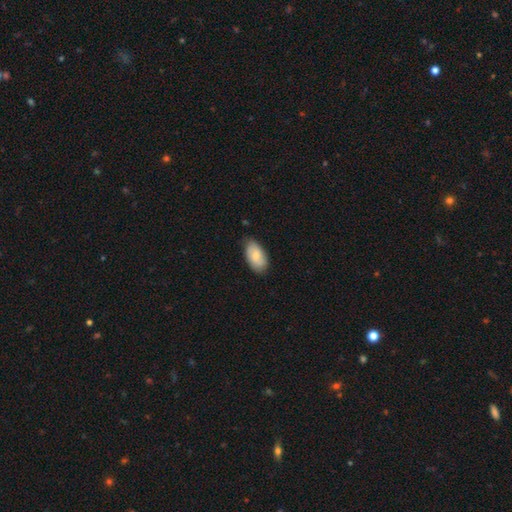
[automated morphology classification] Smooth or featured? Predicted: smooth (p=0.76). How rounded? Predicted: in between (p=0.94). Merging? Predicted: none (p=0.75).